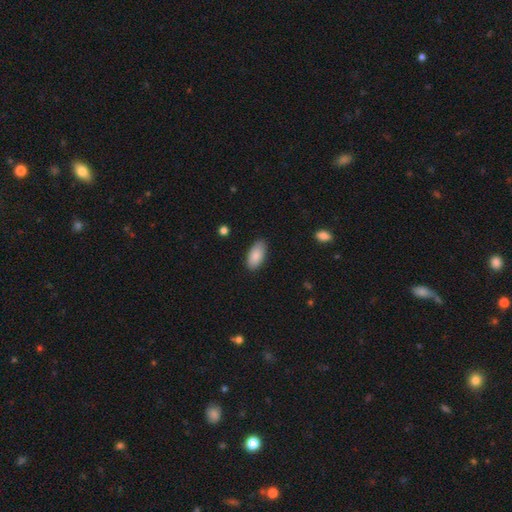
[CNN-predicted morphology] smooth_or_featured: smooth (p=0.86) [alt: featured or disk p=0.08]
how_rounded: in between (p=0.93) [alt: cigar-shaped p=0.05]
merging: none (p=0.85) [alt: minor disturbance p=0.11]